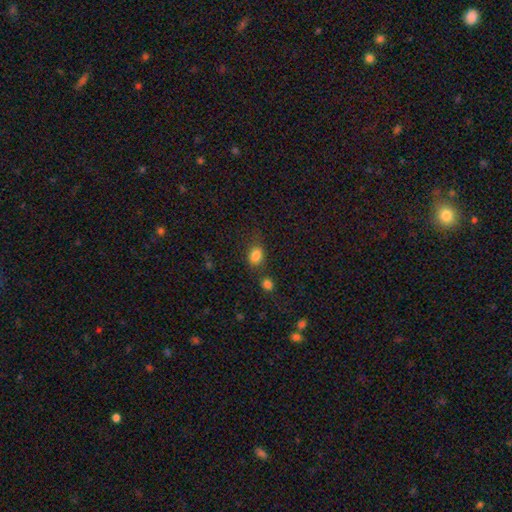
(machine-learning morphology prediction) Smooth or featured? smooth (83%)
How rounded? in between (63%)
Merging? none (62%)